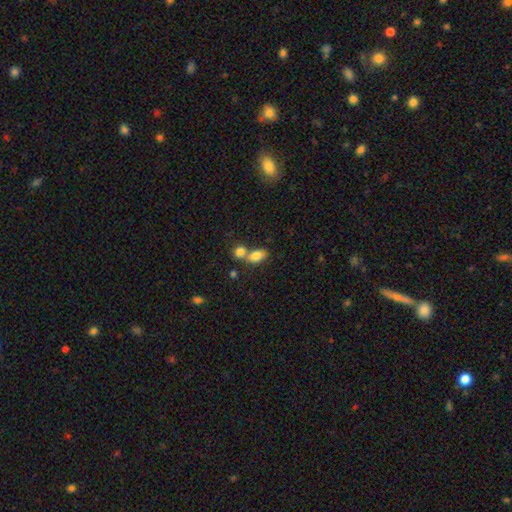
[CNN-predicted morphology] This appears to be a smooth galaxy with no disk features (82%) that is in between round and cigar-shaped (84%). Merging: merger (49%).